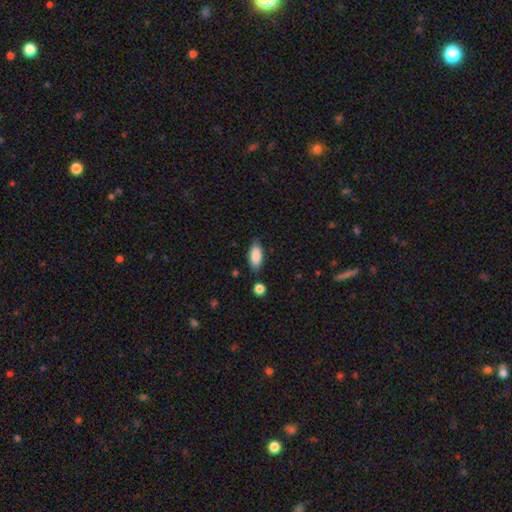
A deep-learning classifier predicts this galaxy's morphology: Smooth or featured: smooth — 86% (featured or disk — 8%)
How rounded: in between — 86% (cigar-shaped — 11%)
Merging: none — 79% (minor disturbance — 15%)